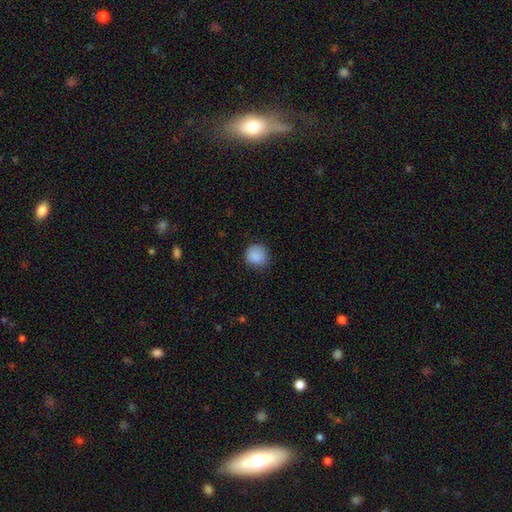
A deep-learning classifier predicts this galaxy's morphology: Overall: smooth (88%). How rounded: round (86%). Merging: none (79%).